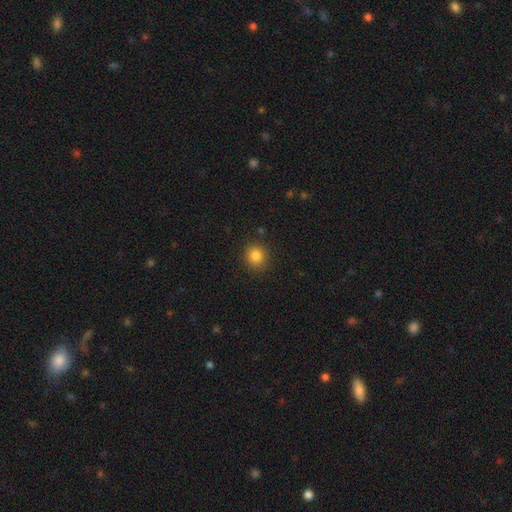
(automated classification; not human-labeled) A smooth galaxy with no disk features (84%) that is round (89%).

Vote fractions:
- Smooth or featured? smooth: 84% / star or artifact: 11% / featured or disk: 5%
- How rounded? round: 89% / in between: 10% / cigar-shaped: 1%
- Merging? none: 89% / minor disturbance: 7% / major disturbance: 2% / merger: 1%